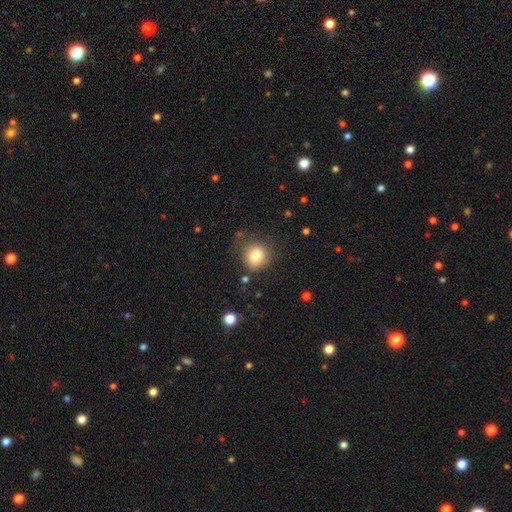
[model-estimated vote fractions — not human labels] smooth 81%, star or artifact 11%, featured or disk 9%. Down the decision tree: how rounded — round (83%); merging — none (74%).